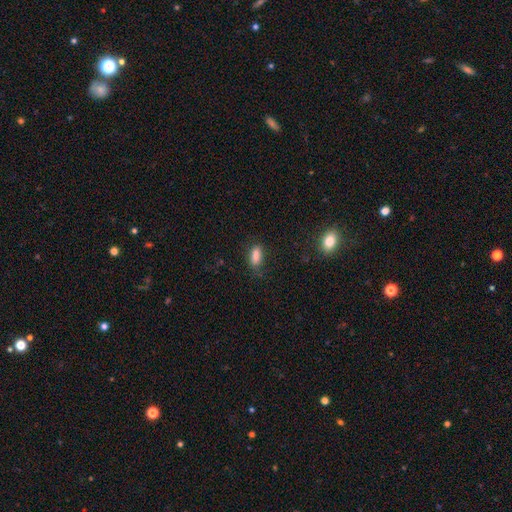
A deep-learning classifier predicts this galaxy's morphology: Smooth or featured?
  - smooth: 85% *
  - star or artifact: 9%
  - featured or disk: 6%
How rounded?
  - in between: 83% *
  - cigar-shaped: 12%
  - round: 4%
Merging?
  - none: 75% *
  - minor disturbance: 18%
  - major disturbance: 5%
  - merger: 2%